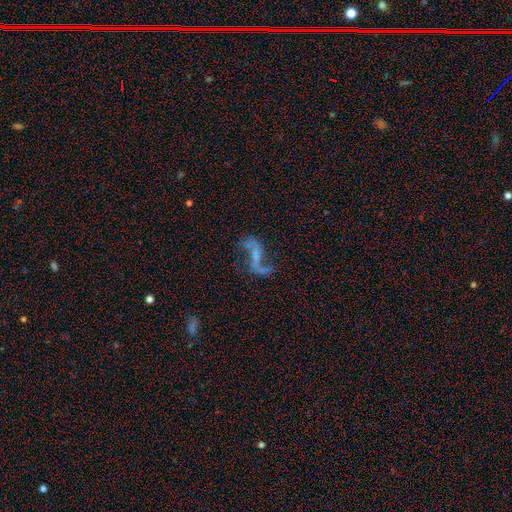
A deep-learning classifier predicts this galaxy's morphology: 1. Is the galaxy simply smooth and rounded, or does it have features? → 80% featured or disk, 11% star or artifact, 9% smooth.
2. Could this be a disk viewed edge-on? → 96% no, 4% yes.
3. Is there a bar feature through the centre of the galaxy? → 41% no, 36% weak, 23% strong.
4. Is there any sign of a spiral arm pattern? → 84% yes, 16% no.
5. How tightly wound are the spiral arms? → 89% loose, 8% medium, 2% tight.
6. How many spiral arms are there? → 88% 2, 6% 1, 3% can't tell, 1% 3, 1% 4, 1% more than 4.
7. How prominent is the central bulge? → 49% none, 40% small, 9% moderate, 1% large, 1% dominant.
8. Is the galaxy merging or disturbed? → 52% none, 23% major disturbance, 17% minor disturbance, 8% merger.